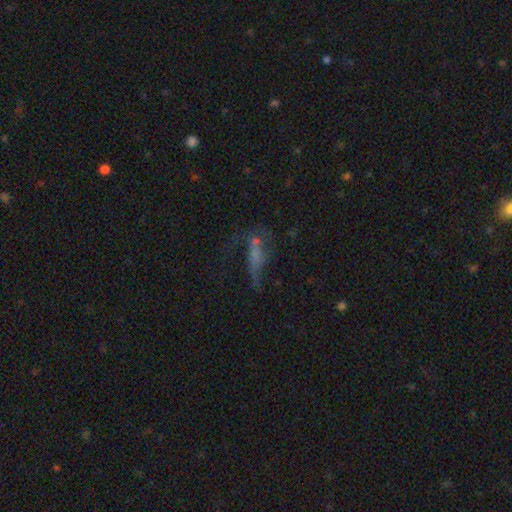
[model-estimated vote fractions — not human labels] This appears to be a featured or disk galaxy (42%). Merging: none (34%).